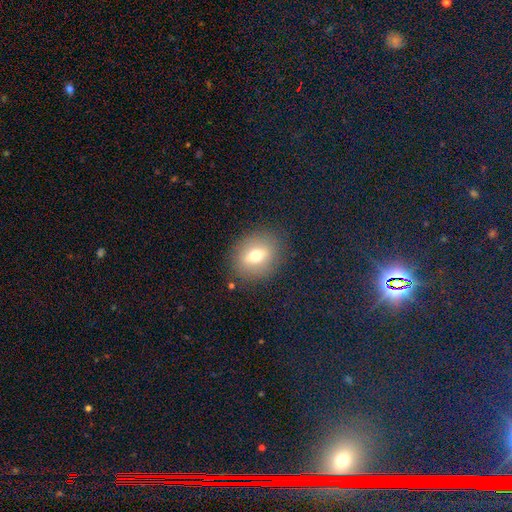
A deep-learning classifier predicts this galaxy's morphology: This is likely a smooth galaxy (63%). How rounded: possibly round (54%). Merging: clearly none (84%).